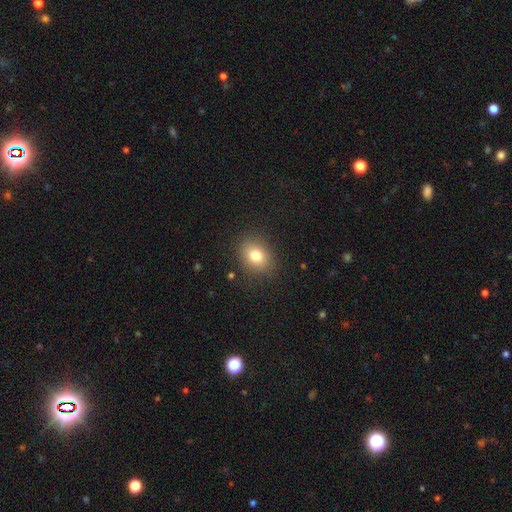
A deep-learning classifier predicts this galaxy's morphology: Smooth or featured? Predicted: smooth (p=0.79). How rounded? Predicted: in between (p=0.51). Merging? Predicted: none (p=0.87).